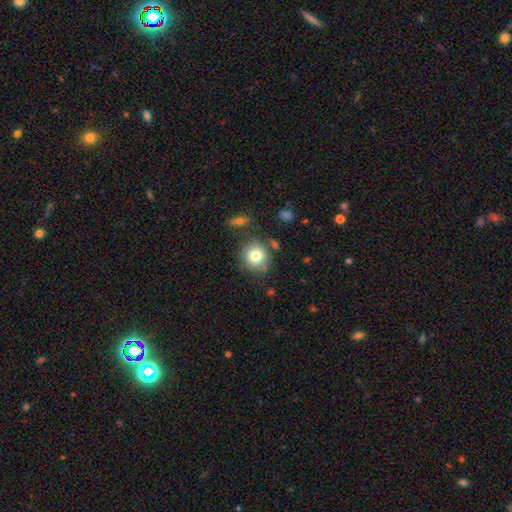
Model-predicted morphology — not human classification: Smooth or featured: smooth — 79% (star or artifact — 10%)
How rounded: round — 90% (in between — 9%)
Merging: none — 77% (minor disturbance — 12%)